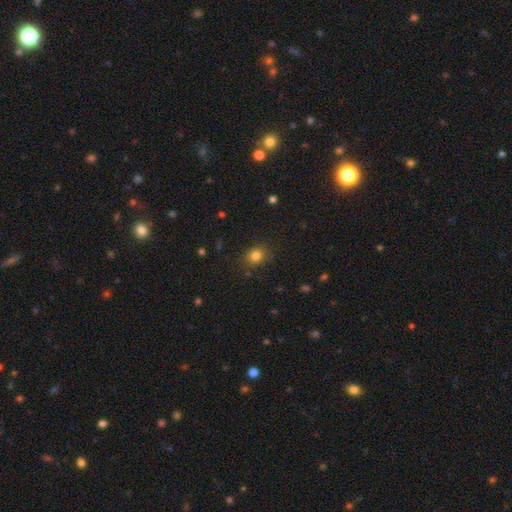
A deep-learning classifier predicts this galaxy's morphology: type=smooth (81%); roundness=round (64%); merging=none (84%).